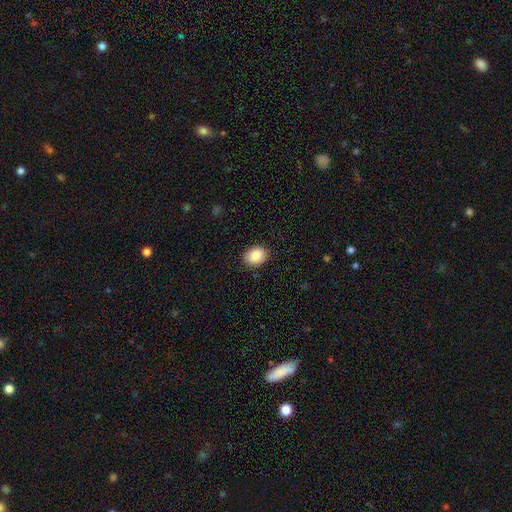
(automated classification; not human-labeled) Morphology: type=smooth (87%); roundness=in between (52%); merging=none (88%).